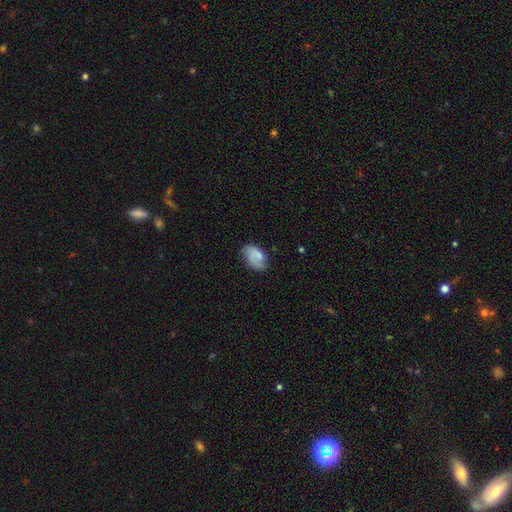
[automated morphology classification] type=smooth (66%); roundness=in between (89%); merging=none (59%).